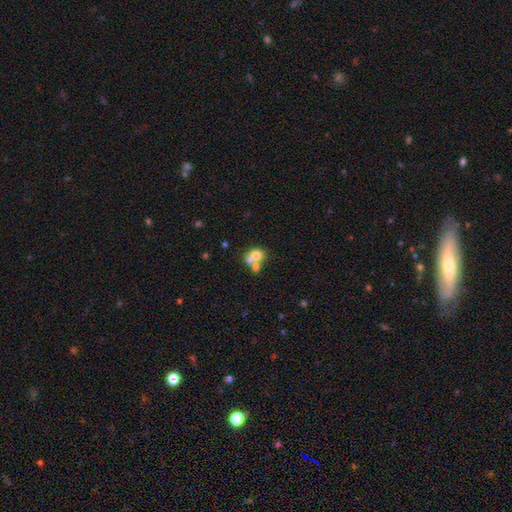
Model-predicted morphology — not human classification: Q: Smooth or featured?
A: smooth (65%); runner-up: featured or disk (23%)
Q: How rounded?
A: round (64%); runner-up: in between (35%)
Q: Merging?
A: merger (56%); runner-up: none (31%)